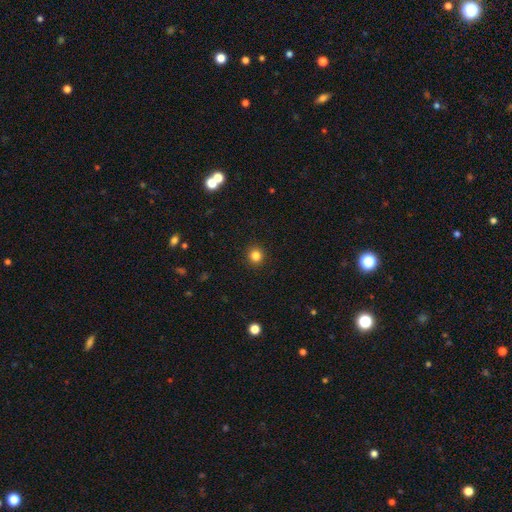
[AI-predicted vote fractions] This appears to be a smooth galaxy with no disk features (83%) that is round (92%). Merging: none (93%).